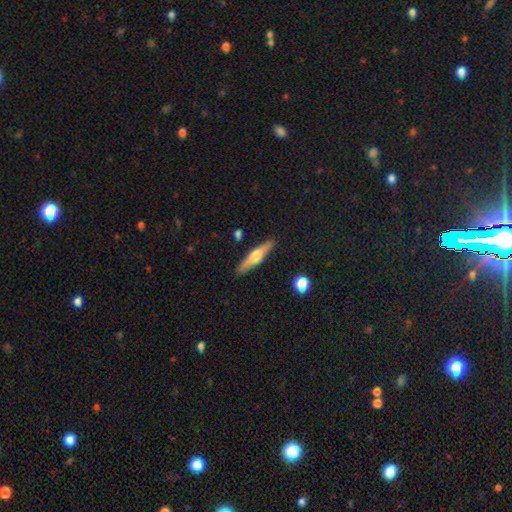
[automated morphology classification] Overall: featured or disk (59%; smooth 35%). Edge-on disk: yes (96%). Edge-on bulge: rounded (90%). Merging: none (89%).